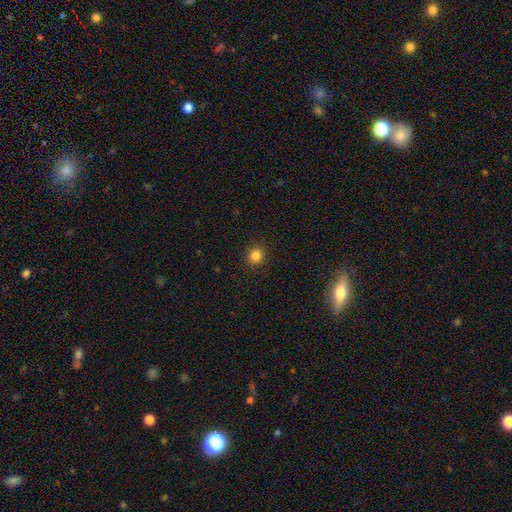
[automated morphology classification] A smooth galaxy with no disk features (83%) that is round (93%).

Vote fractions:
- Smooth or featured? smooth: 83% / star or artifact: 12% / featured or disk: 4%
- How rounded? round: 93% / in between: 6% / cigar-shaped: 1%
- Merging? none: 92% / minor disturbance: 5% / major disturbance: 2% / merger: 1%